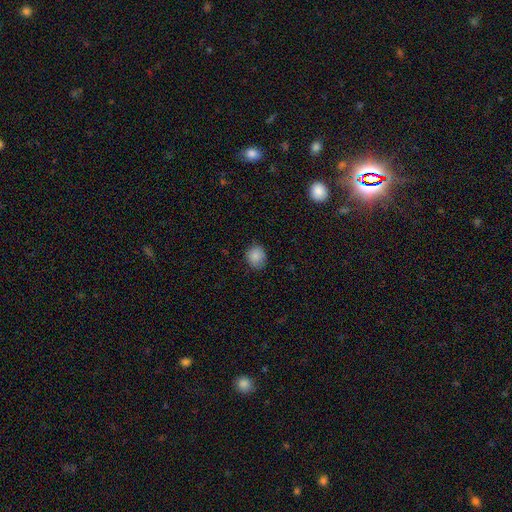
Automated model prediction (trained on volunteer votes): Smooth or featured? Predicted: smooth (p=0.86). How rounded? Predicted: round (p=0.79). Merging? Predicted: none (p=0.81).